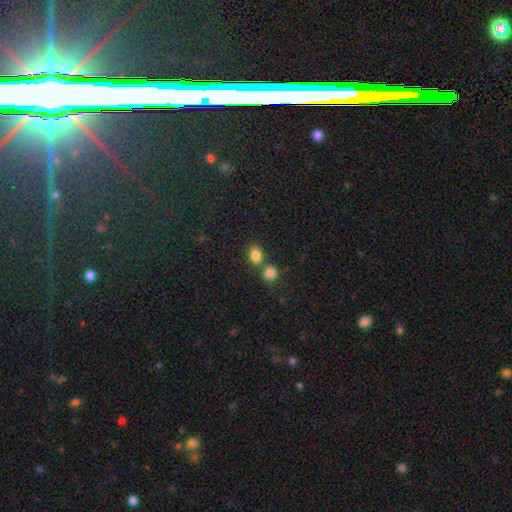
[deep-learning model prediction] Smooth or featured? smooth (84%)
How rounded? in between (62%)
Merging? none (55%)